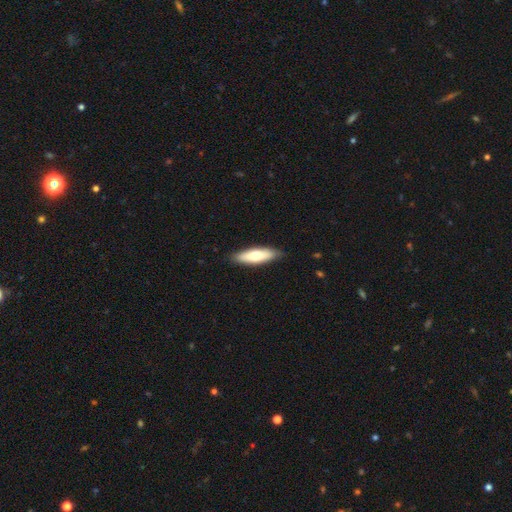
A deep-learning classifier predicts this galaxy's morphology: Smooth or featured? smooth (69%)
How rounded? cigar-shaped (53%)
Merging? none (87%)